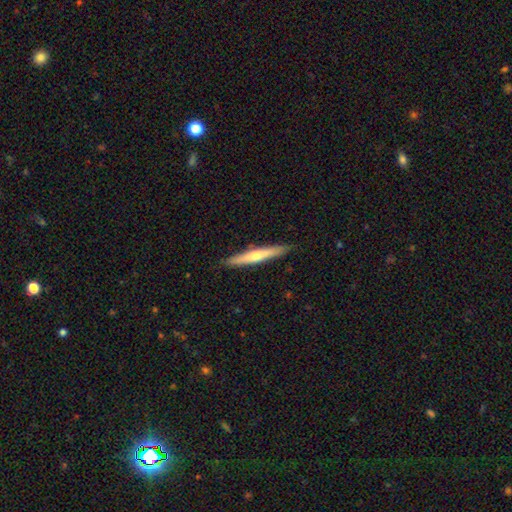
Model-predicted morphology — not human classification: The model was most divided on "smooth or featured": featured or disk: 50%, smooth: 45%, star or artifact: 5%. More confident: merging — none (90%).